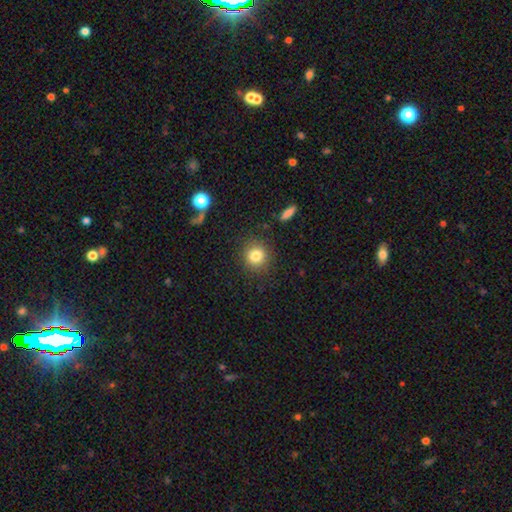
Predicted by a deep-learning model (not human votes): The model was most divided on "smooth or featured": smooth: 82%, star or artifact: 11%, featured or disk: 7%. More confident: how rounded — round (88%); merging — none (88%).